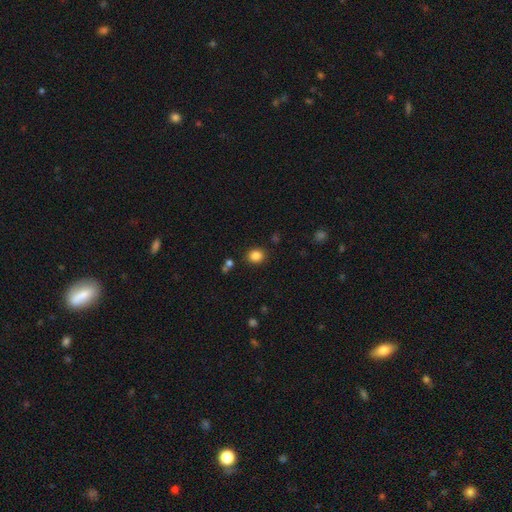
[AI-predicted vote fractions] A smooth galaxy with no disk features (84%) that is round (67%). Merging: none (86%).